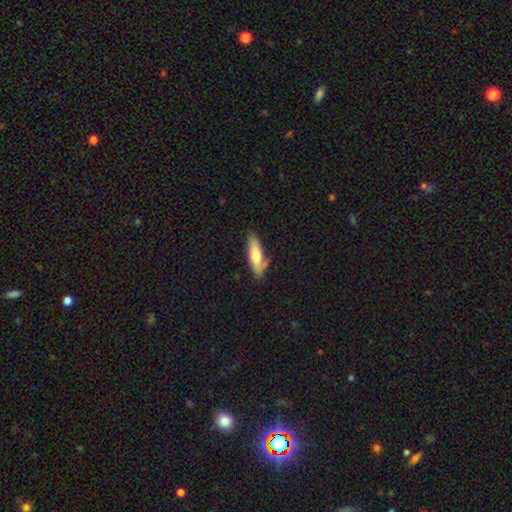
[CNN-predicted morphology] Smooth or featured? Predicted: smooth (p=0.65). How rounded? Predicted: in between (p=0.52). Merging? Predicted: none (p=0.67).